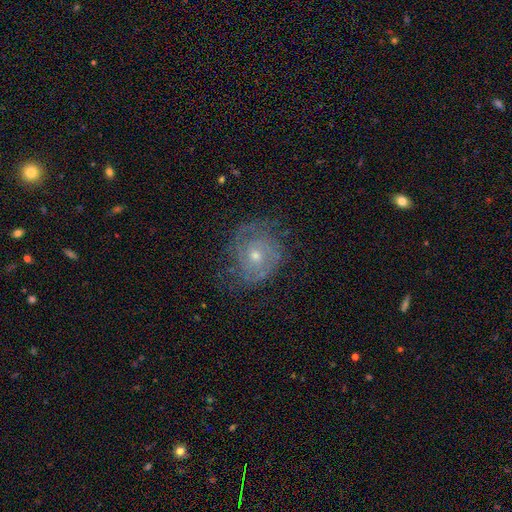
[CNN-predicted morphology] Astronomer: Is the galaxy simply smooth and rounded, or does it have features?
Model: featured or disk — 75%.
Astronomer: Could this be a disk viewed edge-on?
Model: no — 97%.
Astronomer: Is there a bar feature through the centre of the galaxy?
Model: no — 79%.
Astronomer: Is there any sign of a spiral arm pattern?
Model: yes — 88%.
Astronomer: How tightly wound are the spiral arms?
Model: tight — 60%.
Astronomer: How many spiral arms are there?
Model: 2 — 42% (runner-up: can't tell, 33%).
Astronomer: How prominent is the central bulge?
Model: small — 49% (runner-up: moderate, 47%).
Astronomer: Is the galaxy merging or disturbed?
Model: none — 69%.